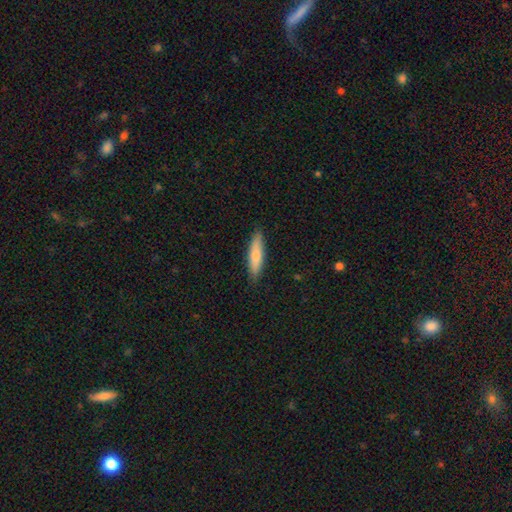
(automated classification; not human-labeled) This is likely a smooth galaxy (76%). How rounded: likely cigar-shaped (76%). Merging: clearly none (87%).